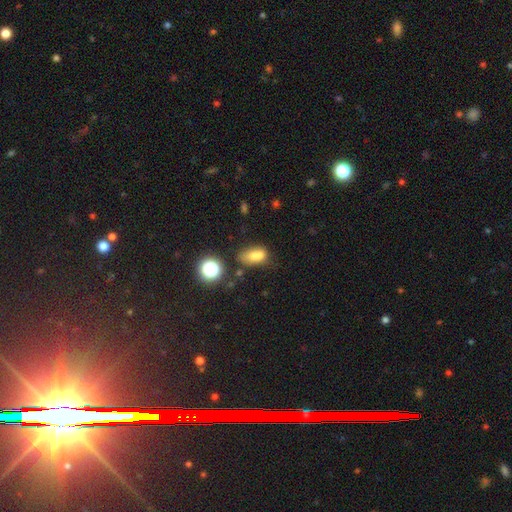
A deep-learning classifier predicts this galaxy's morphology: Smooth or featured? smooth (71%)
How rounded? in between (77%)
Merging? none (41%)